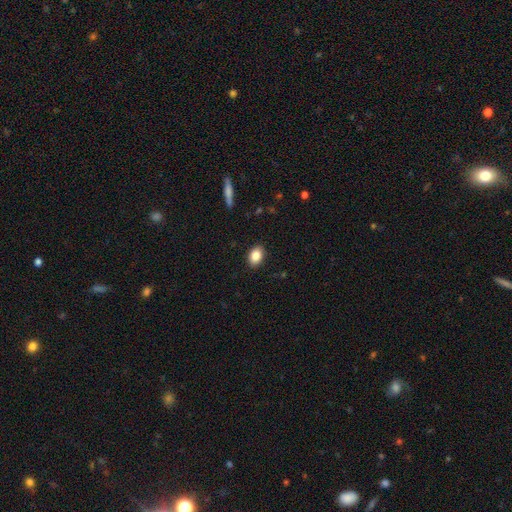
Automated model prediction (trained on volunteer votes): Q: Smooth or featured?
A: smooth (86%); runner-up: star or artifact (8%)
Q: How rounded?
A: in between (82%); runner-up: round (16%)
Q: Merging?
A: none (89%); runner-up: minor disturbance (8%)